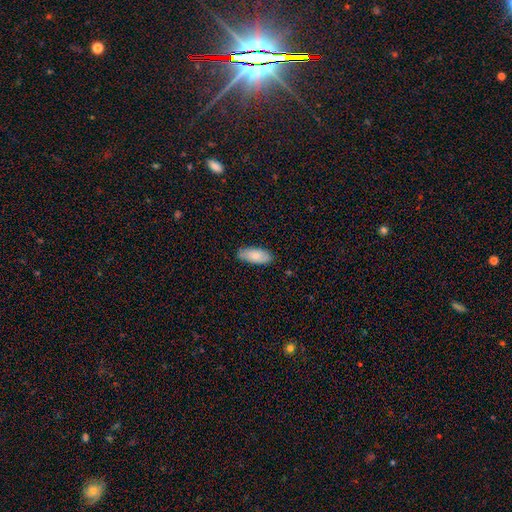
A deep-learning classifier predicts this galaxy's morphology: A smooth galaxy with no disk features (84%) that is in between round and cigar-shaped (85%).

Vote fractions:
- Smooth or featured? smooth: 84% / featured or disk: 11% / star or artifact: 6%
- How rounded? in between: 85% / cigar-shaped: 14% / round: 2%
- Merging? none: 82% / minor disturbance: 14% / major disturbance: 2% / merger: 1%